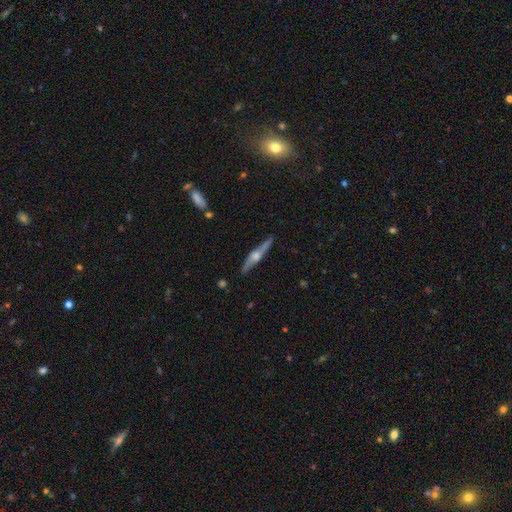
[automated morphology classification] This is likely a featured or disk galaxy (79%). It is clearly viewed edge-on (95%). Edge-on bulge: clearly rounded (88%). Merging: clearly none (85%).